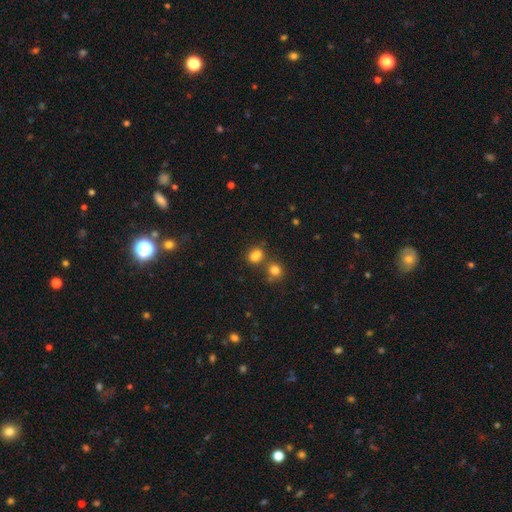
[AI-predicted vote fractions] smooth 76%, star or artifact 16%, featured or disk 8%. Down the decision tree: how rounded — in between (58%); merging — none (46%).